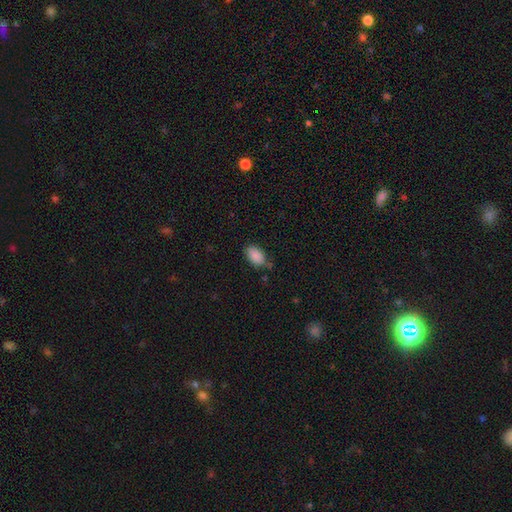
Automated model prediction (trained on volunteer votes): The model was most divided on "merging": none: 69%, minor disturbance: 22%, major disturbance: 5%, merger: 4%. More confident: how rounded — in between (92%); smooth or featured — smooth (88%).